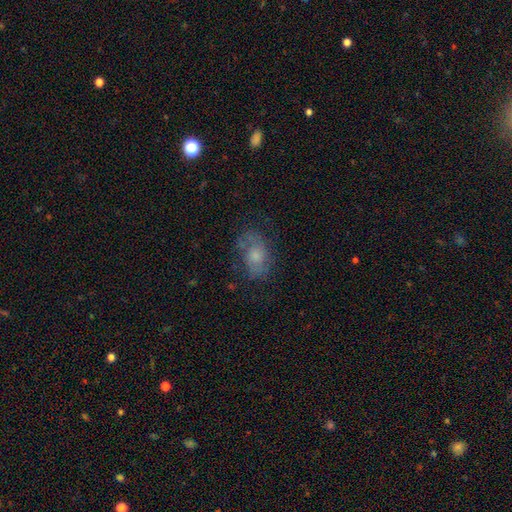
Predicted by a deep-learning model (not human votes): smooth-or-featured: featured or disk: 45% | smooth: 43% | star or artifact: 12%
  merging: none: 64% | minor disturbance: 22% | major disturbance: 12% | merger: 2%